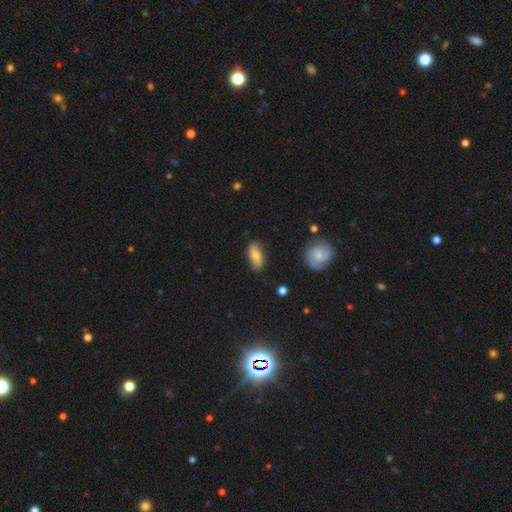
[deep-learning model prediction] smooth 61%, featured or disk 31%, star or artifact 8%. Down the decision tree: how rounded — in between (83%); merging — none (80%).